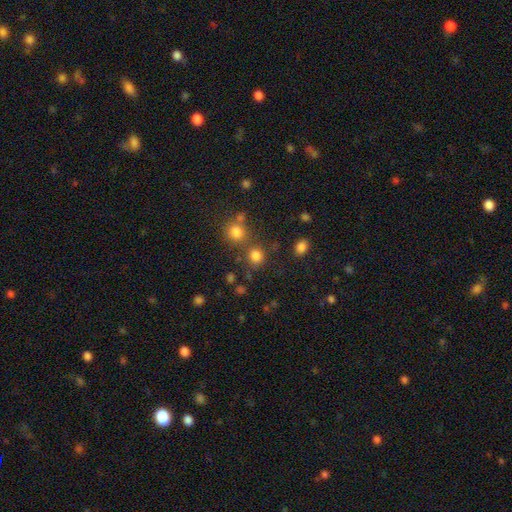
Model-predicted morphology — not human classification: A smooth galaxy with no disk features (80%) that is round (84%). Merging: none (69%).